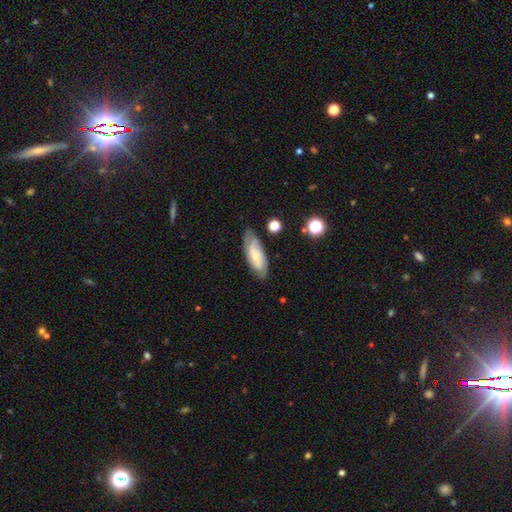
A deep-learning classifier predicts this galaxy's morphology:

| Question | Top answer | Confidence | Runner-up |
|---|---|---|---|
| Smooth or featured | smooth | 47% | featured or disk (45%) |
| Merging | none | 73% | minor disturbance (20%) |